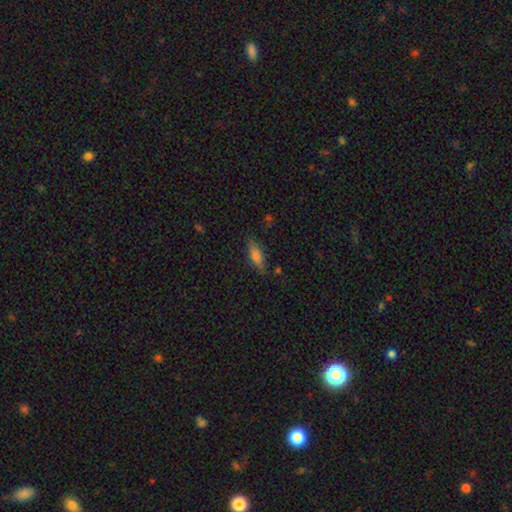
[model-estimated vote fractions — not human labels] Morphology: type=smooth (78%); roundness=in between (60%); merging=none (78%).